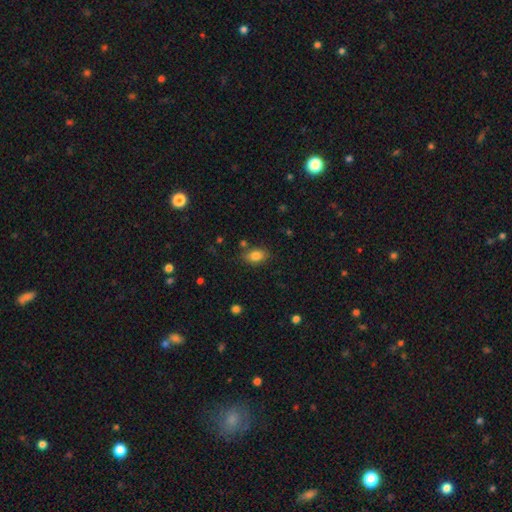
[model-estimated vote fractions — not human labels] This is clearly a smooth galaxy (82%). How rounded: clearly in between (82%). Merging: clearly none (80%).